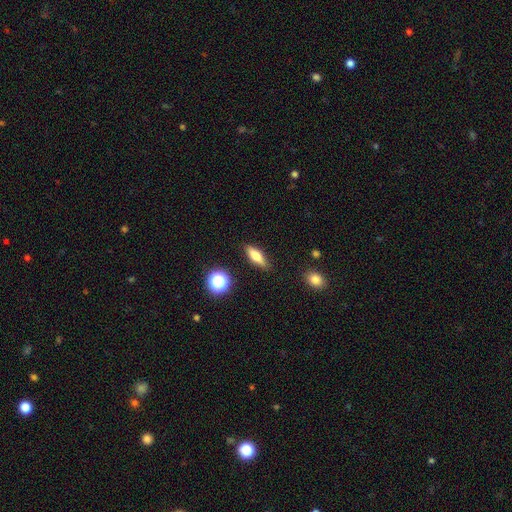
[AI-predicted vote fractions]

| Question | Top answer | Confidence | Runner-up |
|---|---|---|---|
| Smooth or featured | smooth | 63% | featured or disk (28%) |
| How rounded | in between | 51% | cigar-shaped (44%) |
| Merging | none | 84% | minor disturbance (11%) |